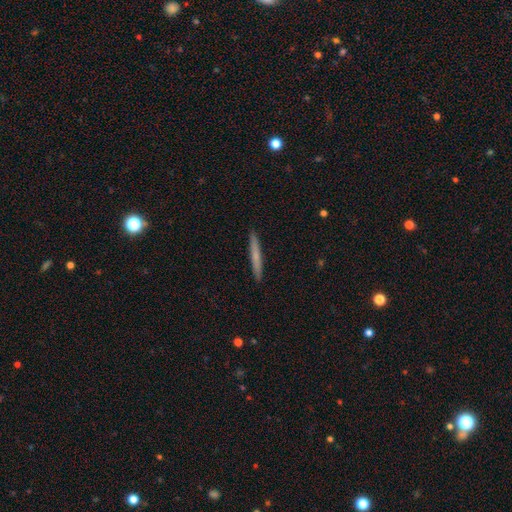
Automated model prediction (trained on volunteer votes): Smooth or featured?
  - smooth: 62% *
  - featured or disk: 32%
  - star or artifact: 6%
How rounded?
  - cigar-shaped: 97% *
  - in between: 2%
  - round: 1%
Merging?
  - none: 93% *
  - minor disturbance: 5%
  - major disturbance: 1%
  - merger: 1%